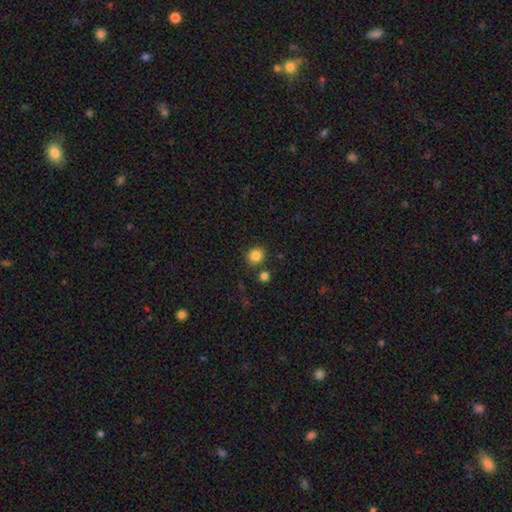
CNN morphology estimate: This appears to be a smooth galaxy with no disk features (84%) that is round (87%). Merging: none (83%).